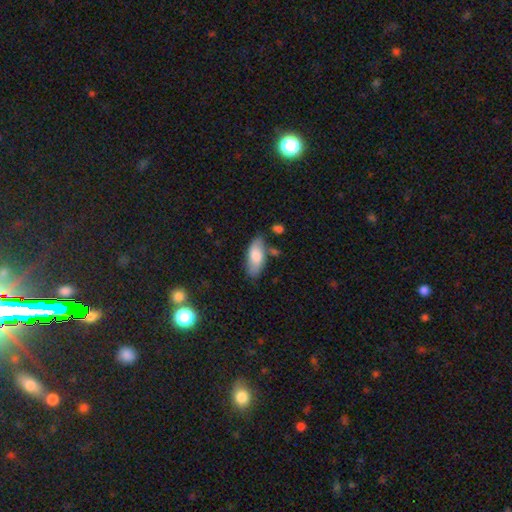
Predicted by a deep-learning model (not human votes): Smooth or featured?
  - smooth: 72% *
  - featured or disk: 22%
  - star or artifact: 6%
How rounded?
  - in between: 87% *
  - cigar-shaped: 11%
  - round: 2%
Merging?
  - none: 67% *
  - minor disturbance: 21%
  - merger: 7%
  - major disturbance: 5%